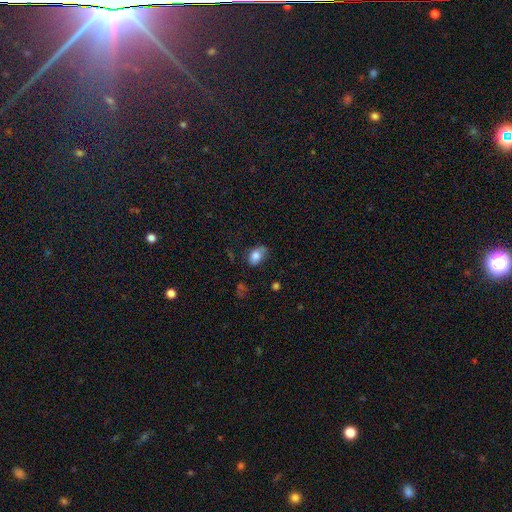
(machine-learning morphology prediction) A smooth galaxy with no disk features (80%) that is in between round and cigar-shaped (84%).

Vote fractions:
- Smooth or featured? smooth: 80% / featured or disk: 11% / star or artifact: 9%
- How rounded? in between: 84% / round: 14% / cigar-shaped: 2%
- Merging? none: 57% / minor disturbance: 32% / major disturbance: 9% / merger: 3%